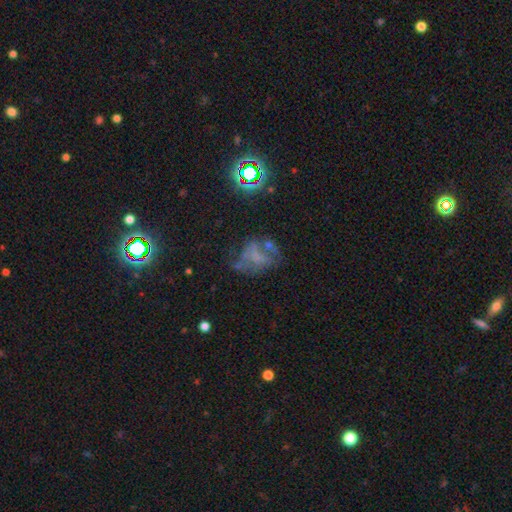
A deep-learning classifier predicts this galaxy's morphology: A featured or disk galaxy (42%). Merging: none (37%).